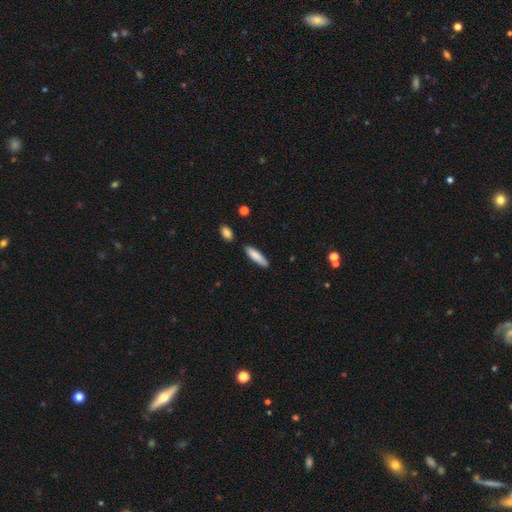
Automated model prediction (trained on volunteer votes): A smooth galaxy with no disk features (84%) that is cigar-shaped (71%). Merging: none (82%).